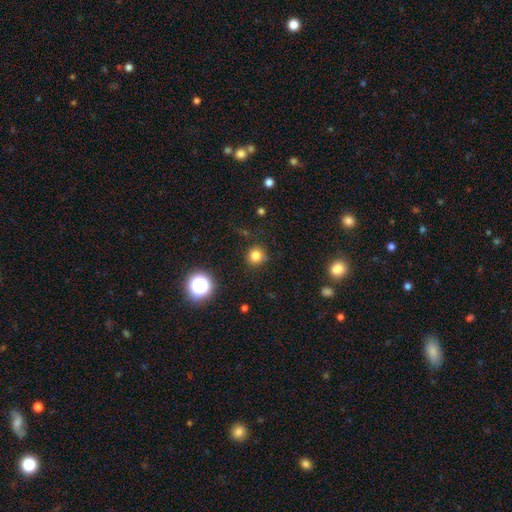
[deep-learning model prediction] Q: Smooth or featured?
A: smooth (79%); runner-up: star or artifact (15%)
Q: How rounded?
A: round (94%); runner-up: in between (5%)
Q: Merging?
A: none (88%); runner-up: minor disturbance (7%)